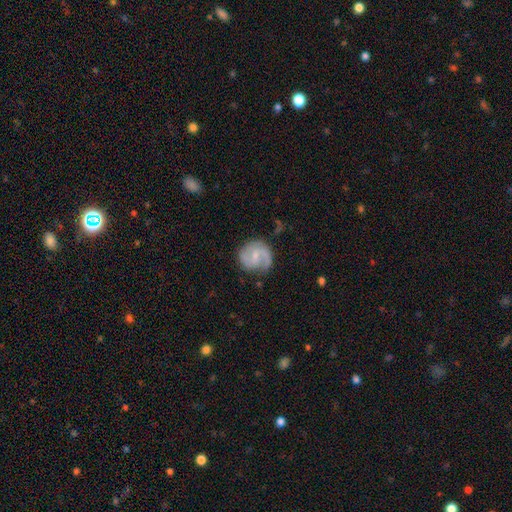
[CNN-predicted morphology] Smooth or featured? featured or disk (73%)
Edge-on disk? no (98%)
Bar? weak (54%)
Spiral arms? yes (93%)
Spiral winding? medium (48%)
Spiral arm count? 2 (70%)
Bulge size? small (58%)
Merging? none (66%)